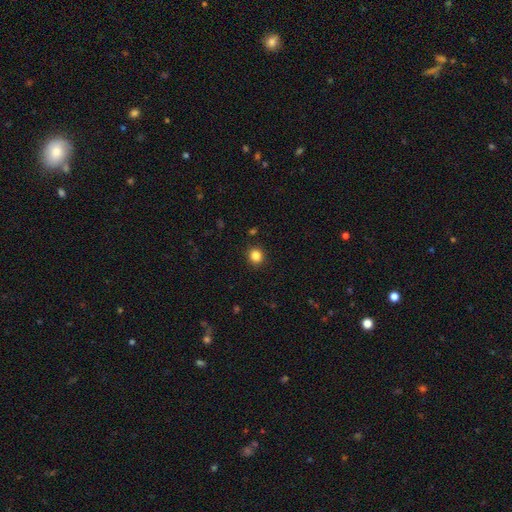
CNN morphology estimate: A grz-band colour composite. It shows a smooth galaxy with no disk features (85%) that is round (86%). Merging: none (91%).